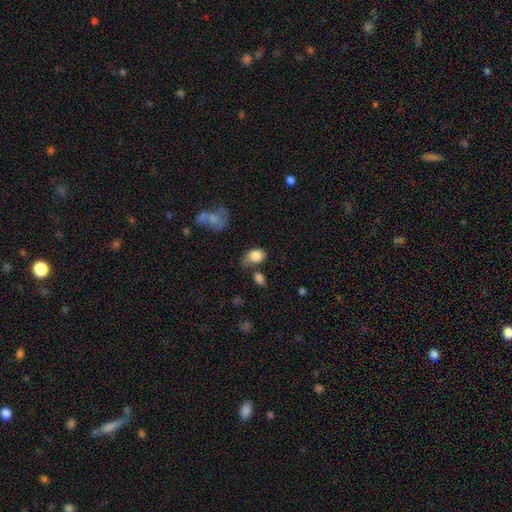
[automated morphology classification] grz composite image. It shows a smooth galaxy with no disk features (83%) that is in between round and cigar-shaped (75%). Merging: none (37%).